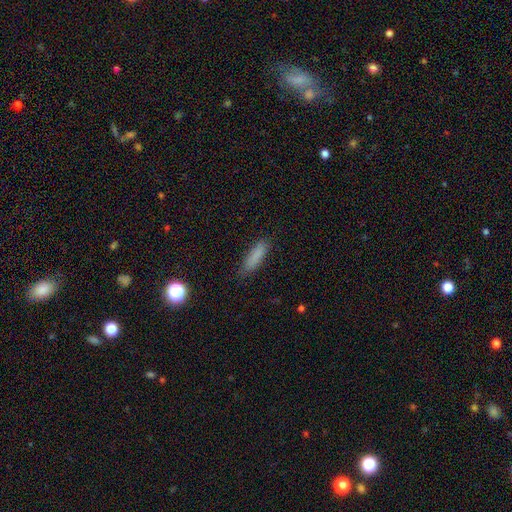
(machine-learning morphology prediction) A smooth galaxy with no disk features (84%) that is cigar-shaped (68%).

Vote fractions:
- Smooth or featured? smooth: 84% / star or artifact: 9% / featured or disk: 7%
- How rounded? cigar-shaped: 68% / in between: 30% / round: 2%
- Merging? none: 84% / minor disturbance: 12% / major disturbance: 3% / merger: 1%